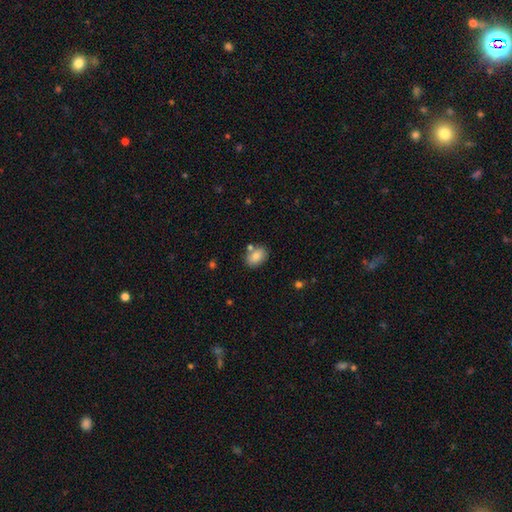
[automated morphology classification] Overall: smooth (83%). How rounded: in between (82%). Merging: none (73%).